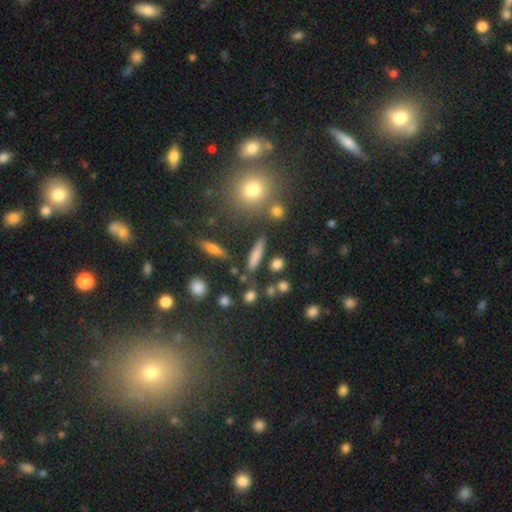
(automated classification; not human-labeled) smooth-or-featured: smooth: 74% | featured or disk: 14% | star or artifact: 12%
  how-rounded: cigar-shaped: 64% | in between: 26% | round: 10%
  merging: none: 75% | minor disturbance: 12% | merger: 8% | major disturbance: 5%